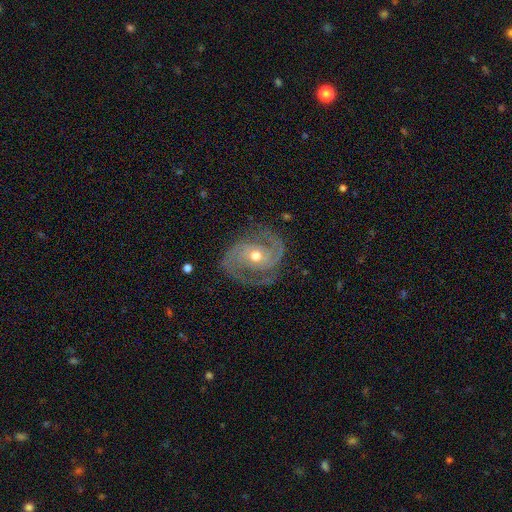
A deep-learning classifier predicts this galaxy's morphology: A featured or disk galaxy (90%) with no bar (67%), 2 (82%) tight (46%) spiral arms (97%) and a moderate central bulge (74%). Merging: none (77%).